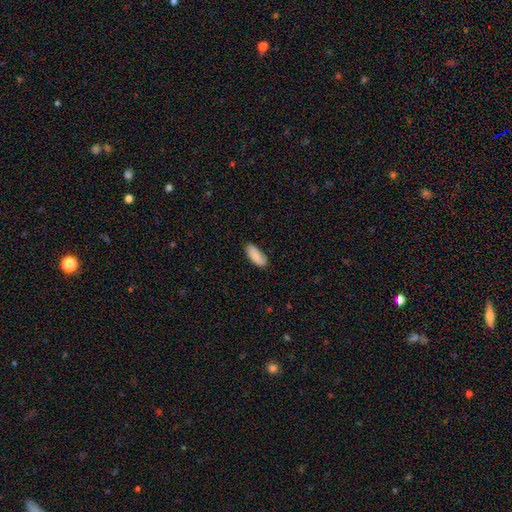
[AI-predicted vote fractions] This appears to be a smooth galaxy with no disk features (87%) that is in between round and cigar-shaped (83%). Merging: none (77%).